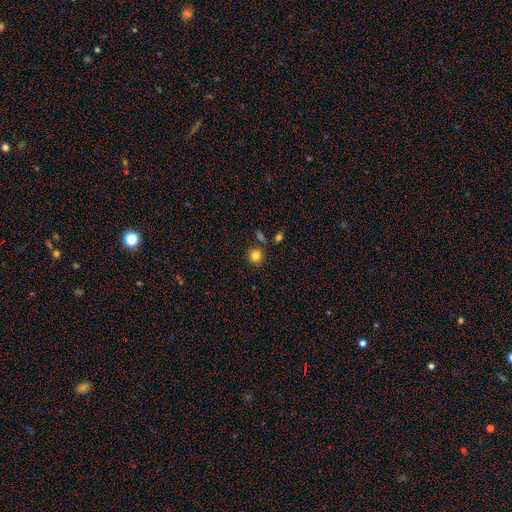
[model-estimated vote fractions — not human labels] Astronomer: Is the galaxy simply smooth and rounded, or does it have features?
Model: smooth — 83%.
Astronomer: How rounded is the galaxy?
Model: round — 88%.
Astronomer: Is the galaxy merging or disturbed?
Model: none — 81%.